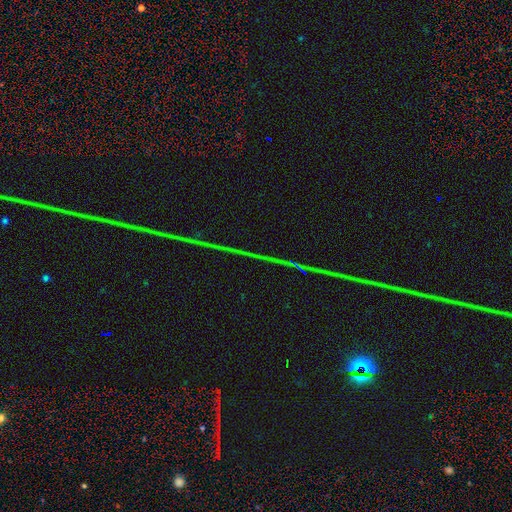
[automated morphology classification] Smooth or featured?
  - star or artifact: 86% *
  - featured or disk: 8%
  - smooth: 6%